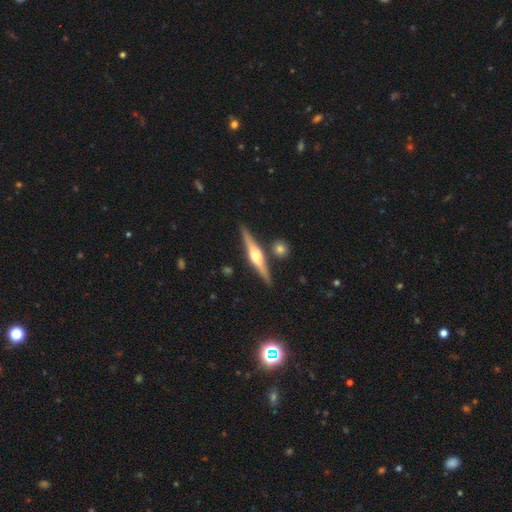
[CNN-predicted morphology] Overall: featured or disk (76%). Edge-on disk: yes (98%). Edge-on bulge: rounded (91%). Merging: none (85%).